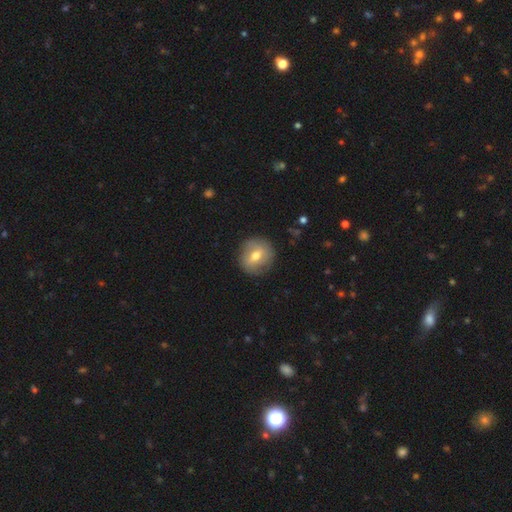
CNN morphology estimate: smooth 59%, featured or disk 33%, star or artifact 8%. Down the decision tree: how rounded — round (86%); merging — none (86%).